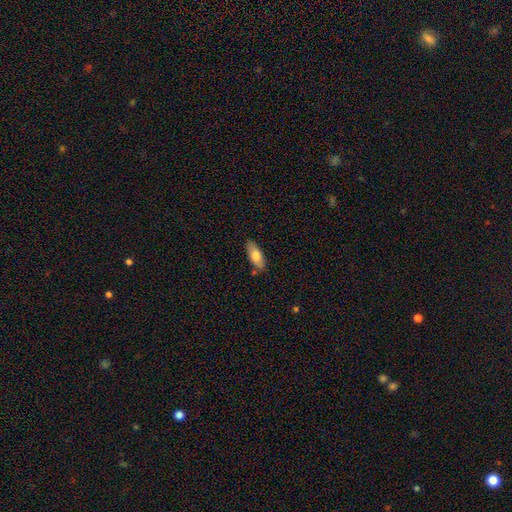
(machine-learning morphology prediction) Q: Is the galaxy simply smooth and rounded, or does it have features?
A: smooth — 77%.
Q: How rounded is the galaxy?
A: in between — 76%.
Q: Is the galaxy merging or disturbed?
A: none — 82%.